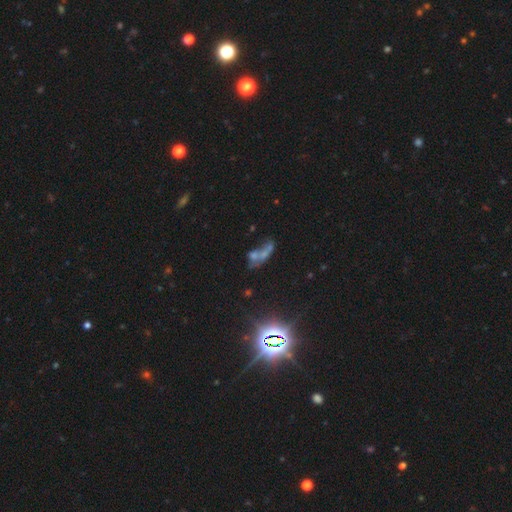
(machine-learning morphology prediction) smooth_or_featured: star or artifact (p=0.42) [alt: smooth p=0.29]